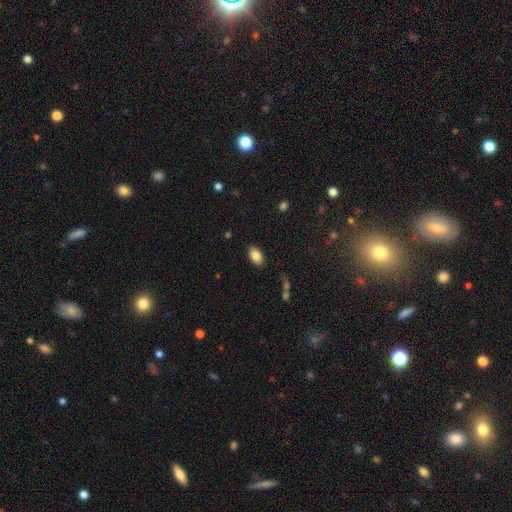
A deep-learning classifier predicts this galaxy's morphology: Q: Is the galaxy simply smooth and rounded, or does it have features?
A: smooth — 84%.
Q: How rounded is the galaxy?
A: in between — 93%.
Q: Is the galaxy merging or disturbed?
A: none — 86%.